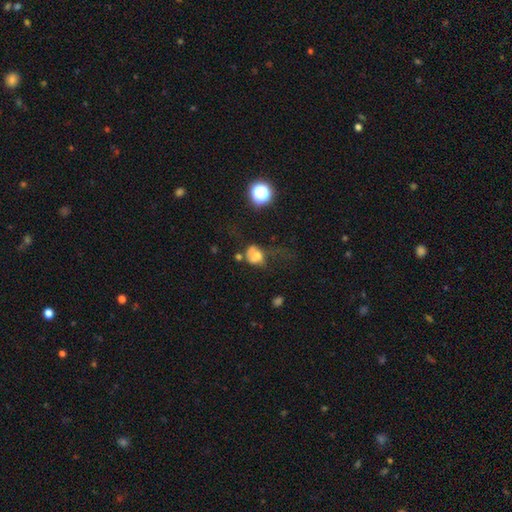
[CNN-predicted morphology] Overall: smooth (53%; featured or disk 31%). How rounded: in between (51%; round 48%). Merging: major disturbance (43%; none 21%).